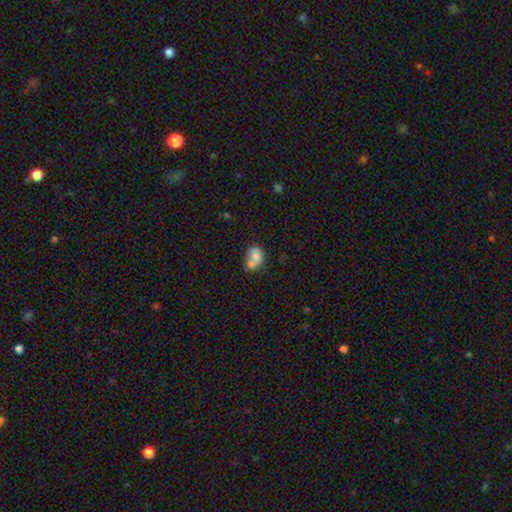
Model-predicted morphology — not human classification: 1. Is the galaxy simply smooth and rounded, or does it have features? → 71% smooth, 21% featured or disk, 9% star or artifact.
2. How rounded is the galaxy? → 52% in between, 47% round, 1% cigar-shaped.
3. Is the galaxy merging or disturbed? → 64% merger, 22% none, 9% minor disturbance, 5% major disturbance.